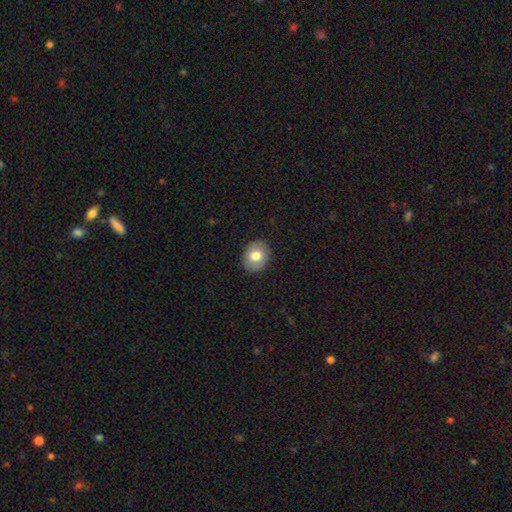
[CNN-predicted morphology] Smooth or featured? Predicted: smooth (p=0.78). How rounded? Predicted: round (p=0.61). Merging? Predicted: none (p=0.89).